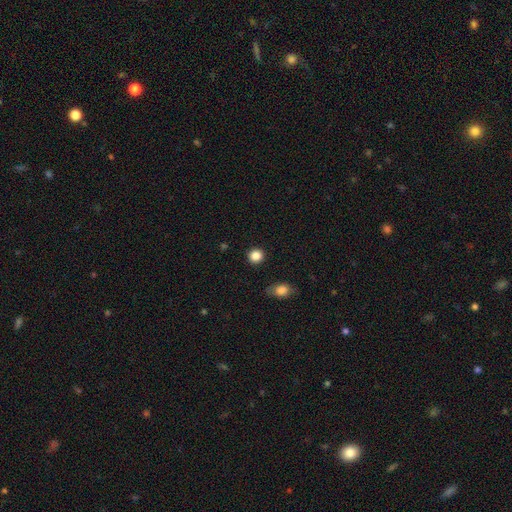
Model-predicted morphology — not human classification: smooth_or_featured: smooth (p=0.86) [alt: star or artifact p=0.10]
how_rounded: round (p=0.90) [alt: in between p=0.09]
merging: none (p=0.90) [alt: minor disturbance p=0.06]